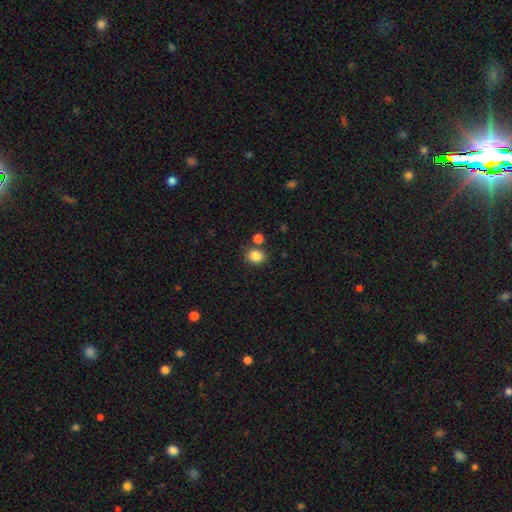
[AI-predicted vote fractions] Q: Smooth or featured?
A: smooth (84%); runner-up: star or artifact (11%)
Q: How rounded?
A: round (68%); runner-up: in between (32%)
Q: Merging?
A: none (73%); runner-up: merger (13%)